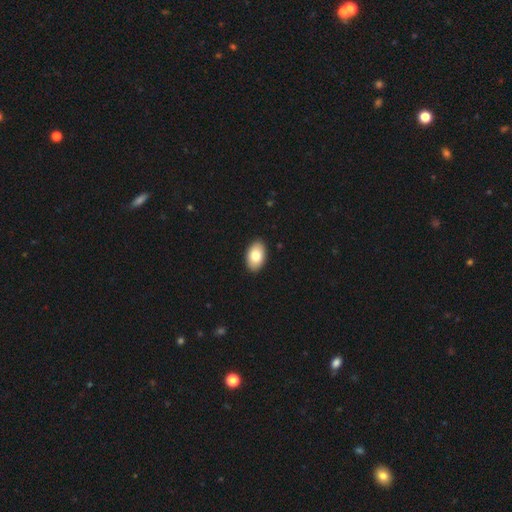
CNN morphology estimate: Q: Smooth or featured?
A: smooth (81%); runner-up: featured or disk (13%)
Q: How rounded?
A: in between (93%); runner-up: round (6%)
Q: Merging?
A: none (91%); runner-up: minor disturbance (7%)